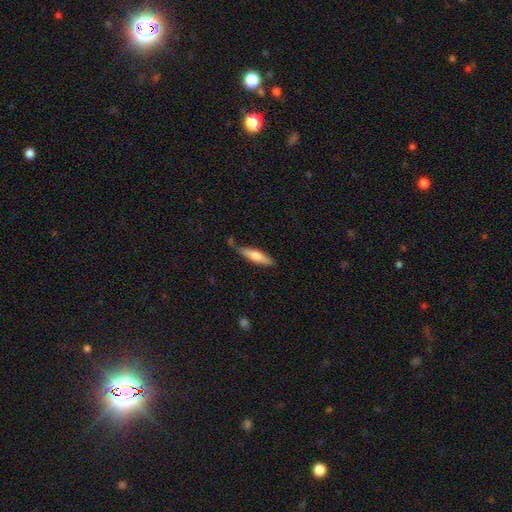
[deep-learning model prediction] Smooth or featured? smooth (63%)
How rounded? cigar-shaped (76%)
Merging? none (75%)